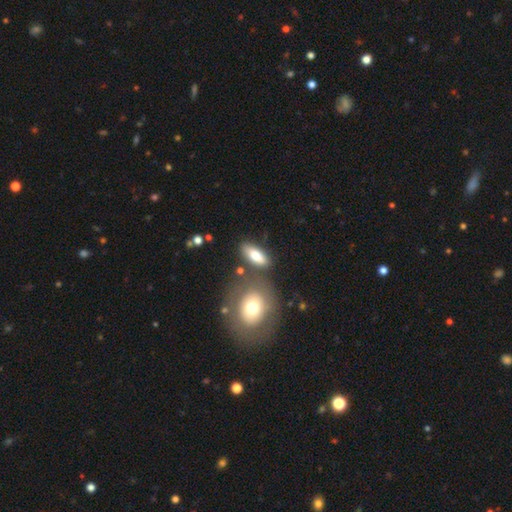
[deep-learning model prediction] Smooth or featured? smooth (74%)
How rounded? in between (78%)
Merging? none (72%)